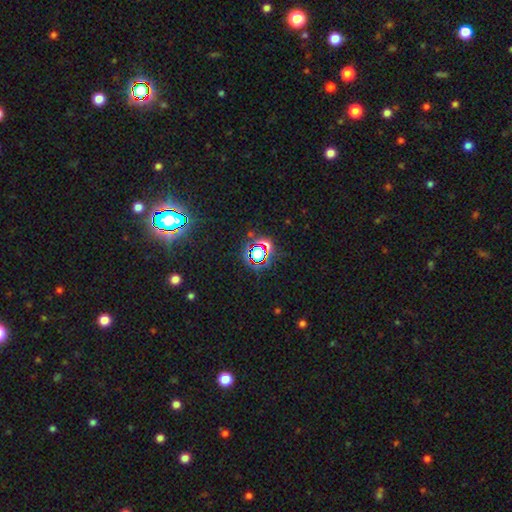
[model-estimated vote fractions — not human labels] Smooth or featured: star or artifact — 72% (smooth — 18%)